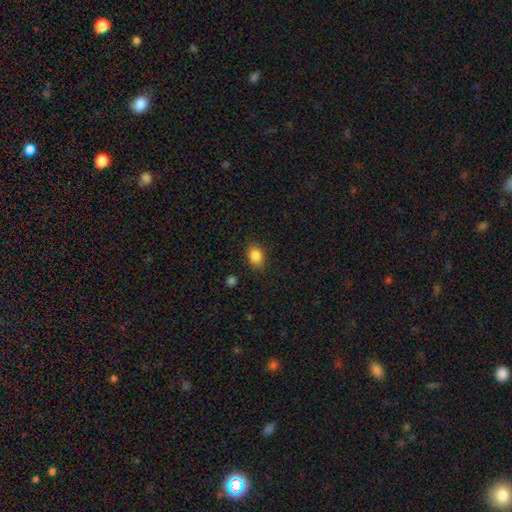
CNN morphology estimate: Smooth or featured? smooth (86%)
How rounded? in between (66%)
Merging? none (85%)